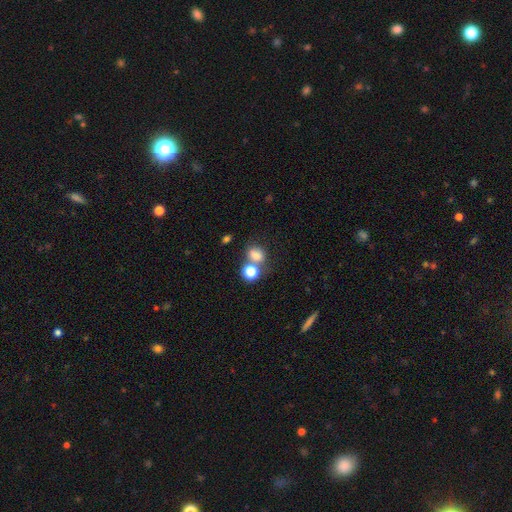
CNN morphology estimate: type=smooth (75%); roundness=round (51%); merging=none (44%).